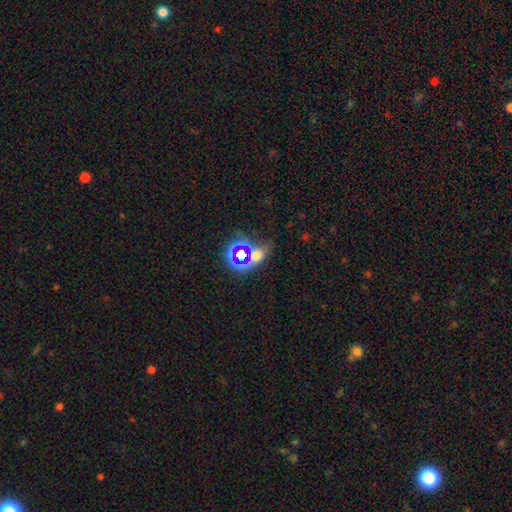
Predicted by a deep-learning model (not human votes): The model was most divided on "smooth or featured" (2-way tie): star or artifact: 41%, smooth: 41%, featured or disk: 18%.